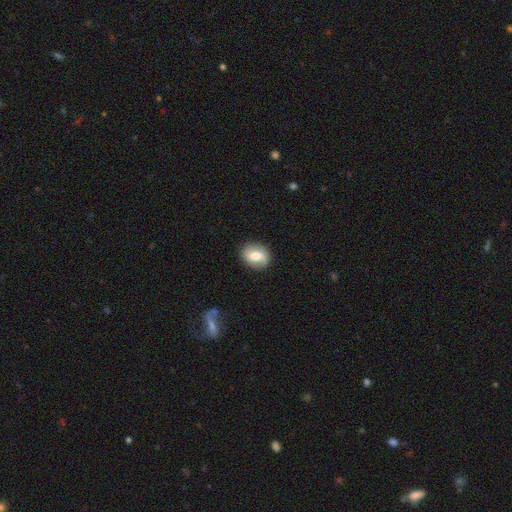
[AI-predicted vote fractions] The model was most divided on "how rounded": in between: 53%, round: 45%, cigar-shaped: 2%. More confident: merging — none (85%); smooth or featured — smooth (52%).